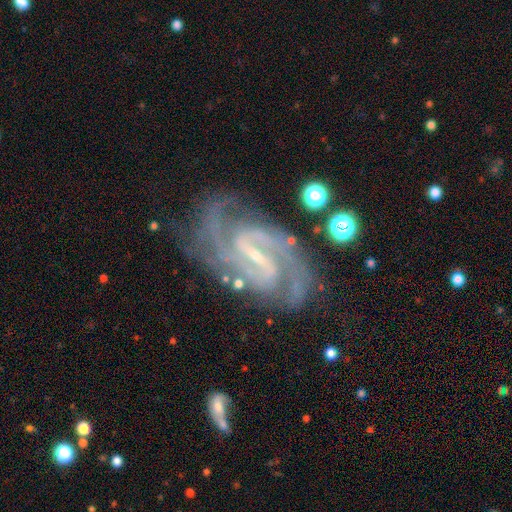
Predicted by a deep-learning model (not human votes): The model was most divided on "spiral winding": tight: 48%, medium: 46%, loose: 7%. More confident: spiral arms — yes (99%); edge-on disk — no (97%); smooth or featured — featured or disk (93%); bulge size — small (79%); merging — none (75%); spiral arm count — 2 (59%); bar — strong (51%).